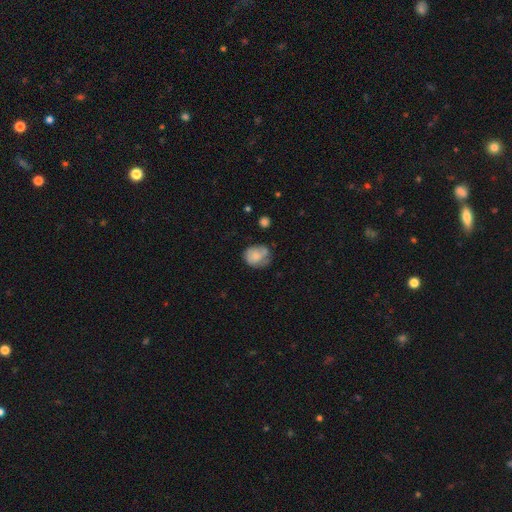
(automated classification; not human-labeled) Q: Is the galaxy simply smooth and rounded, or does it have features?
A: smooth — 69%.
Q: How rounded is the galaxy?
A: round — 58%.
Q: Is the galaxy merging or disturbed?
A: none — 43%.